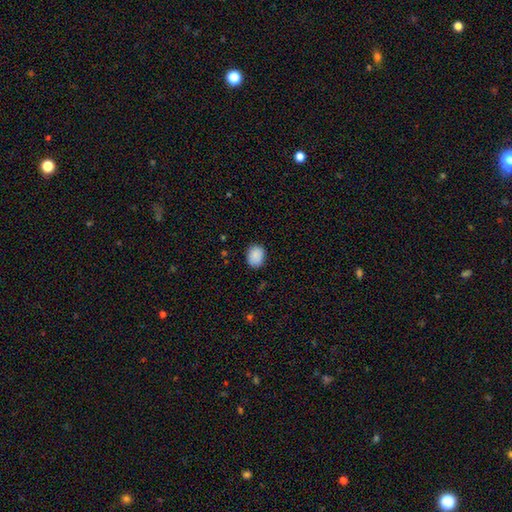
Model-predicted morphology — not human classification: This is clearly a smooth galaxy (89%). How rounded: possibly in between (57%). Merging: clearly none (82%).